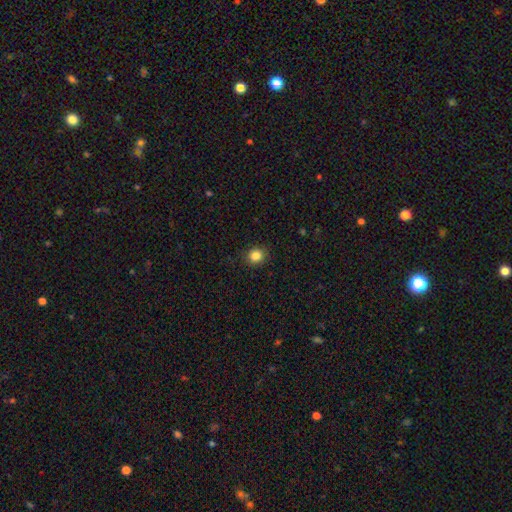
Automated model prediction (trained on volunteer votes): Overall: smooth (85%). How rounded: round (81%). Merging: none (89%).